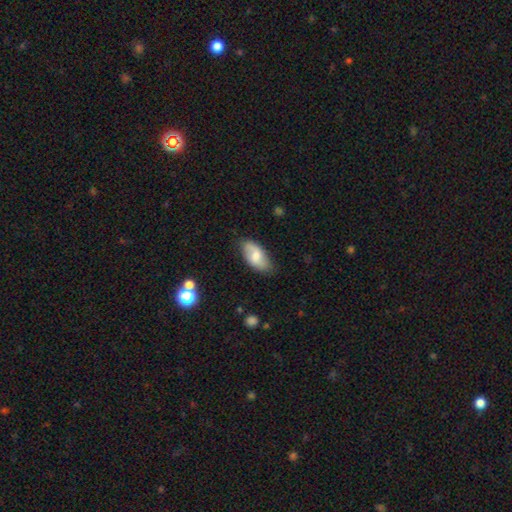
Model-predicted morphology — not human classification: Q: Smooth or featured?
A: smooth (59%); runner-up: featured or disk (34%)
Q: How rounded?
A: in between (92%); runner-up: cigar-shaped (4%)
Q: Merging?
A: none (75%); runner-up: minor disturbance (19%)